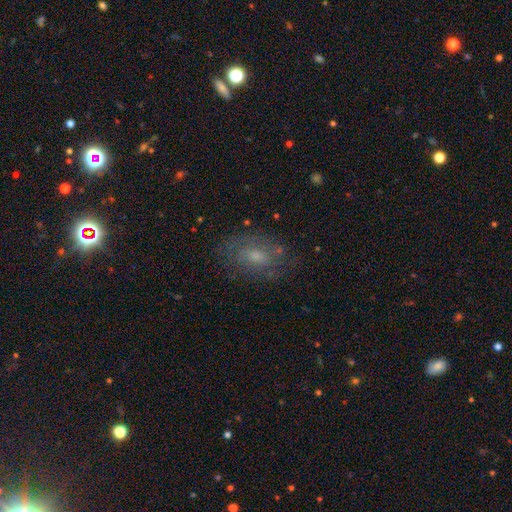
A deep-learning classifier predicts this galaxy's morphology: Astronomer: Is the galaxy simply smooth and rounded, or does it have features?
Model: featured or disk — 55% (runner-up: smooth, 33%).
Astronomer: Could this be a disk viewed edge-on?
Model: no — 94%.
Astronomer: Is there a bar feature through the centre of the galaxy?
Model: no — 59% (runner-up: weak, 35%).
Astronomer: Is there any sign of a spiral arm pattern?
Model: yes — 72%.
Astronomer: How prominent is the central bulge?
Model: moderate — 46% (runner-up: small, 39%).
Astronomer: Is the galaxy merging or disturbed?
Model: none — 72%.